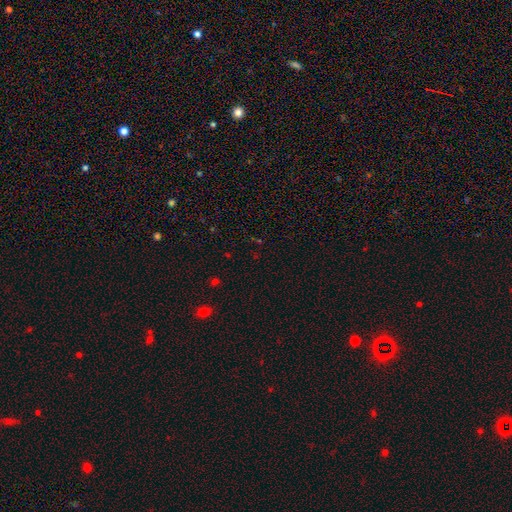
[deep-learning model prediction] star or artifact 62%, smooth 30%, featured or disk 8%.